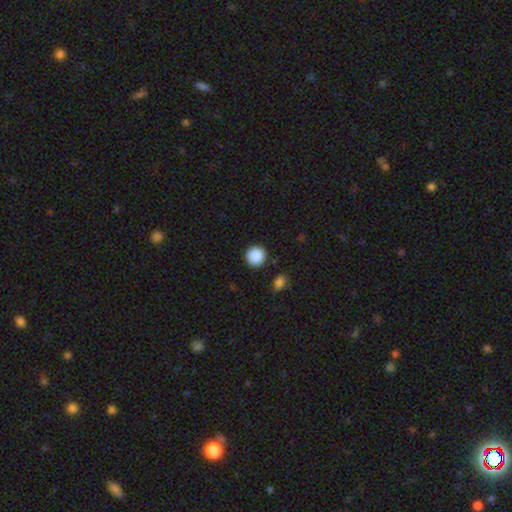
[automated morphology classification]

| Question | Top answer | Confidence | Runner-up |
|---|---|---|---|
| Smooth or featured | smooth | 89% | star or artifact (9%) |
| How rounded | round | 94% | in between (5%) |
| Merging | none | 90% | minor disturbance (6%) |